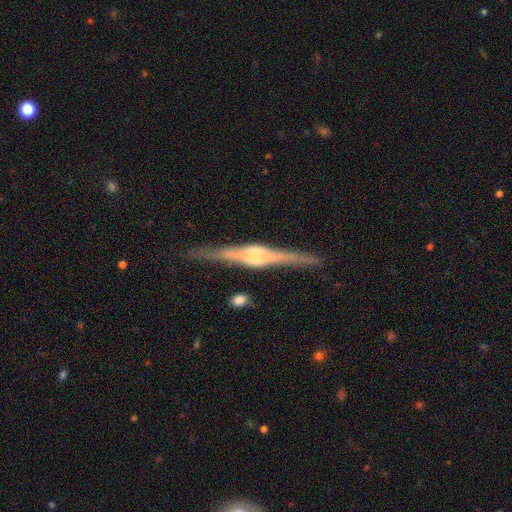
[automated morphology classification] smooth-or-featured: featured or disk: 86% | smooth: 8% | star or artifact: 5%
  disk-edge-on: yes: 98% | no: 2%
    edge-on-bulge: rounded: 67% | boxy: 29% | none: 4%
  merging: none: 88% | minor disturbance: 8% | major disturbance: 2% | merger: 1%